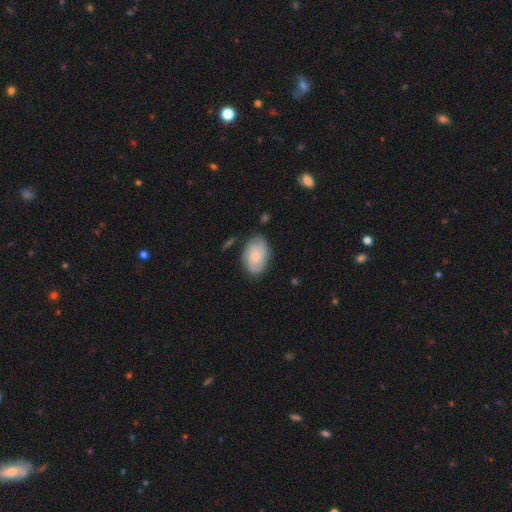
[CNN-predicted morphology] type=smooth (66%); roundness=in between (88%); merging=none (72%).